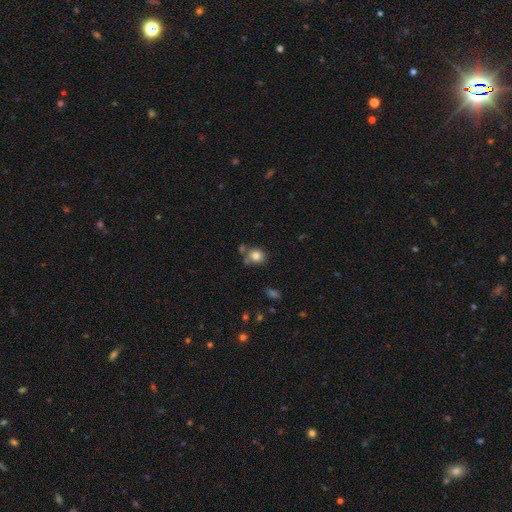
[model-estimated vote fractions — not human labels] smooth 81%, star or artifact 11%, featured or disk 8%. Down the decision tree: how rounded — round (71%); merging — none (65%).